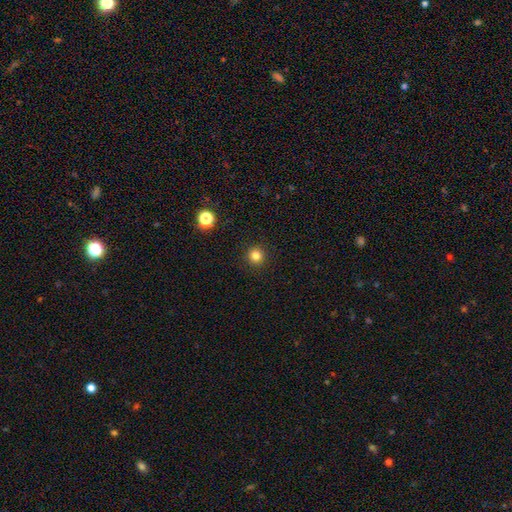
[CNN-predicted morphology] smooth_or_featured: smooth (p=0.82) [alt: star or artifact p=0.13]
how_rounded: round (p=0.95) [alt: in between p=0.04]
merging: none (p=0.92) [alt: minor disturbance p=0.05]